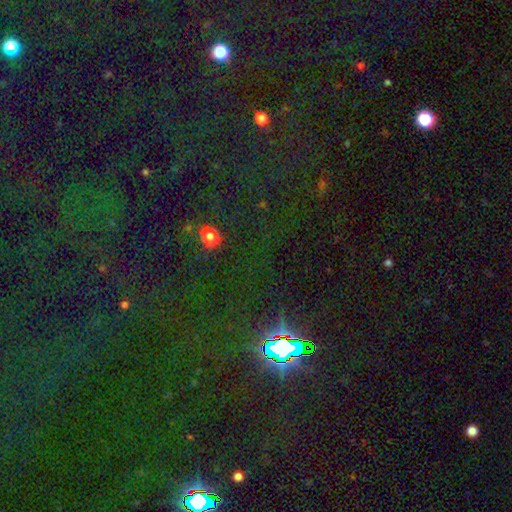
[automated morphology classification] This appears to be a star or artifact, not a galaxy (80%).